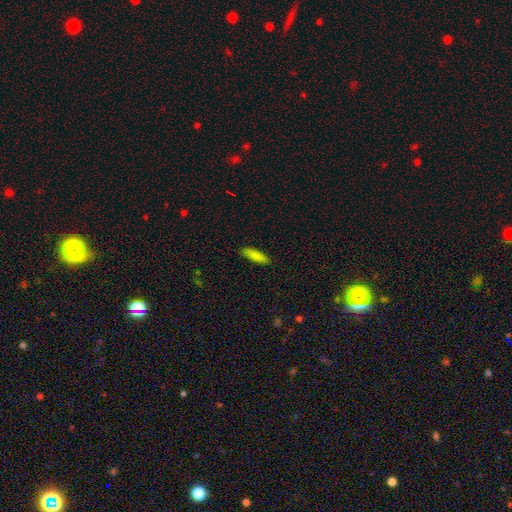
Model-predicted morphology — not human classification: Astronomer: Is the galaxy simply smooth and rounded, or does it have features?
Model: smooth — 86%.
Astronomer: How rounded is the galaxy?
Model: cigar-shaped — 56% (runner-up: in between, 43%).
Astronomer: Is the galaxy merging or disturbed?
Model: none — 88%.